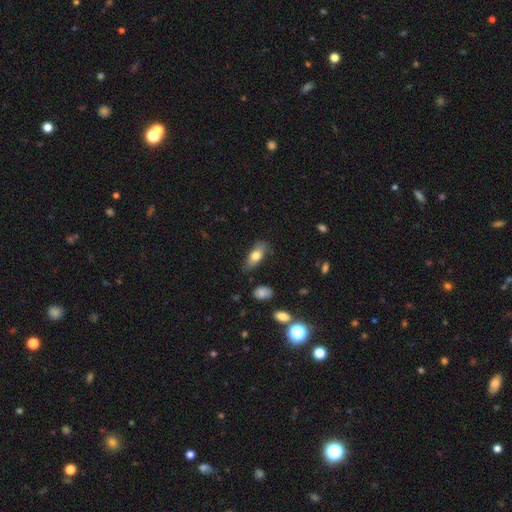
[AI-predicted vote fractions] Q: Smooth or featured?
A: smooth (72%); runner-up: featured or disk (21%)
Q: How rounded?
A: in between (76%); runner-up: cigar-shaped (20%)
Q: Merging?
A: none (77%); runner-up: minor disturbance (17%)